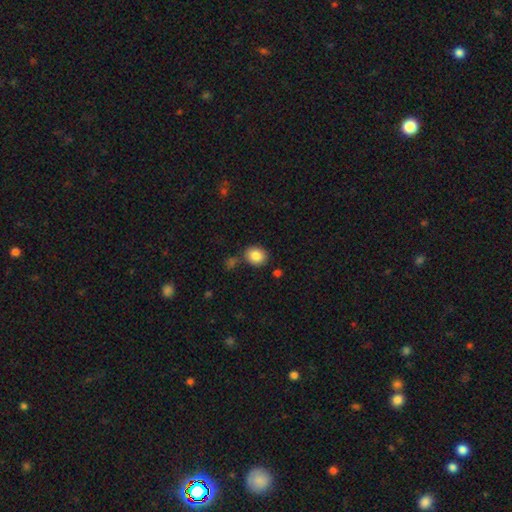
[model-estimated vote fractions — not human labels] A smooth galaxy with no disk features (85%) that is round (56%).

Vote fractions:
- Smooth or featured? smooth: 85% / star or artifact: 9% / featured or disk: 6%
- How rounded? round: 56% / in between: 43% / cigar-shaped: 1%
- Merging? none: 77% / minor disturbance: 12% / merger: 8% / major disturbance: 3%